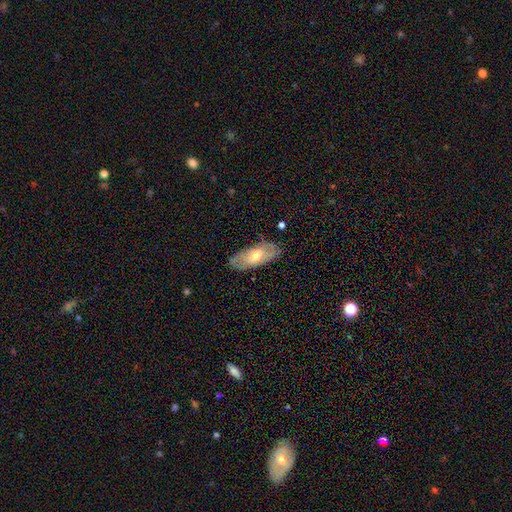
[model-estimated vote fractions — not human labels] The model was most divided on "smooth or featured": smooth: 55%, featured or disk: 38%, star or artifact: 7%. More confident: how rounded — in between (81%); merging — none (80%).